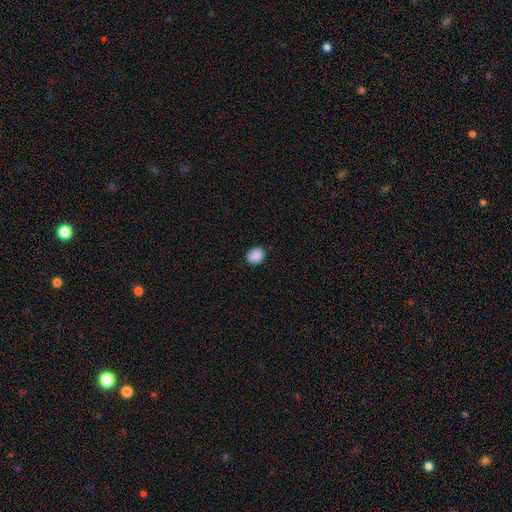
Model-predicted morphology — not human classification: smooth-or-featured: smooth: 89% | star or artifact: 8% | featured or disk: 3%
  how-rounded: in between: 51% | round: 48% | cigar-shaped: 1%
  merging: none: 87% | minor disturbance: 10% | major disturbance: 2% | merger: 1%